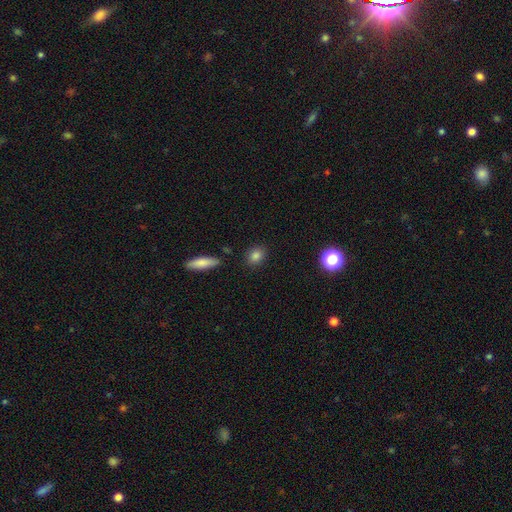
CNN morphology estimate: Smooth or featured: smooth — 83% (star or artifact — 10%)
How rounded: round — 56% (in between — 41%)
Merging: none — 87% (minor disturbance — 9%)